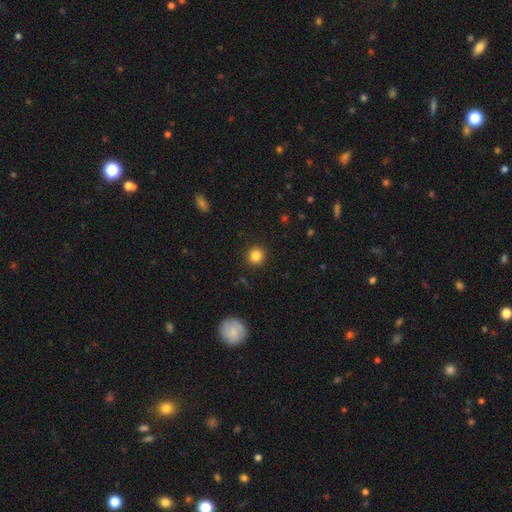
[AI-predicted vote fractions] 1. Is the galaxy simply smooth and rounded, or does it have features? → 84% smooth, 11% star or artifact, 5% featured or disk.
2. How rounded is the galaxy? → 93% round, 6% in between, 1% cigar-shaped.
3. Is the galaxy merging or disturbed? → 92% none, 5% minor disturbance, 2% major disturbance, 1% merger.